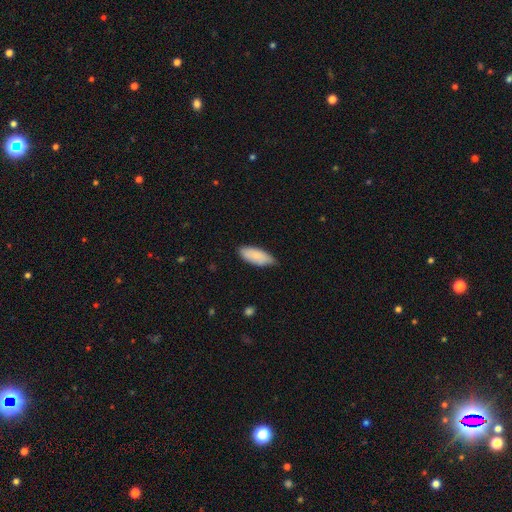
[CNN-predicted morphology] The model was most divided on "merging": none: 69%, minor disturbance: 27%, major disturbance: 3%, merger: 1%. More confident: how rounded — in between (84%); smooth or featured — smooth (83%).